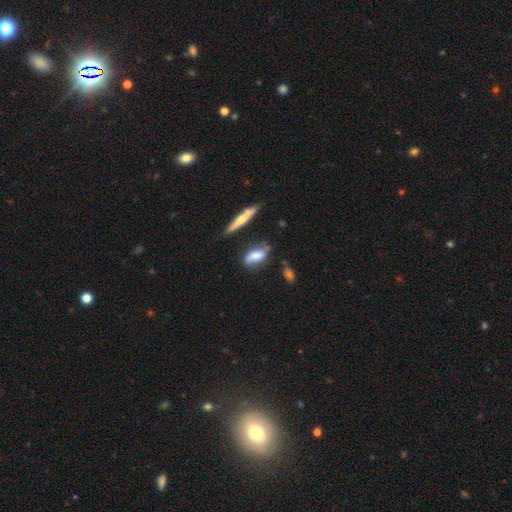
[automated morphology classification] Smooth or featured? Predicted: smooth (p=0.60). How rounded? Predicted: in between (p=0.72). Merging? Predicted: none (p=0.55).